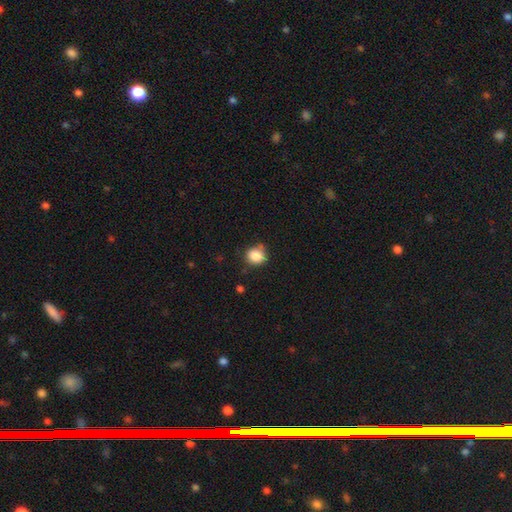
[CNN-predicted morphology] Overall: smooth (86%). How rounded: round (70%). Merging: none (67%).